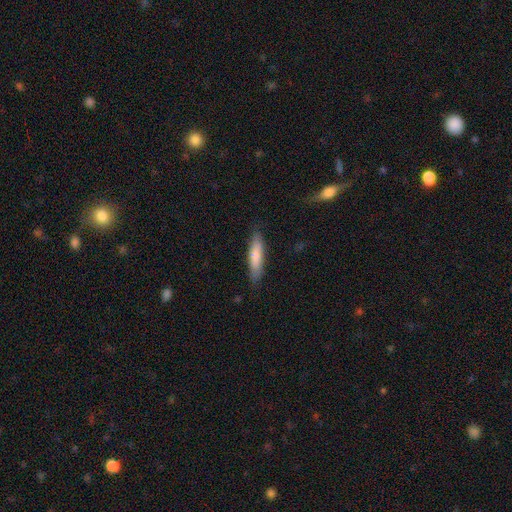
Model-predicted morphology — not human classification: This is likely a smooth galaxy (76%). How rounded: likely cigar-shaped (75%). Merging: clearly none (82%).